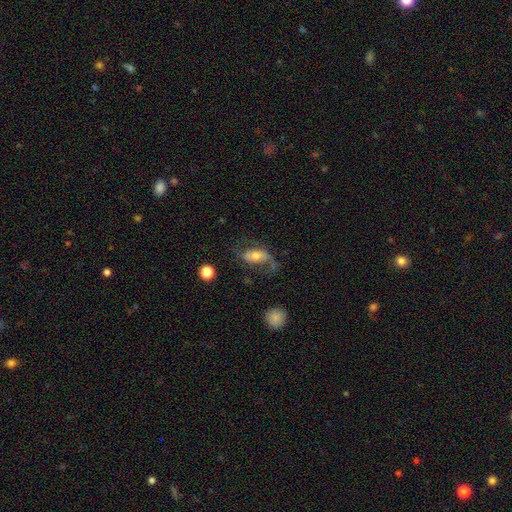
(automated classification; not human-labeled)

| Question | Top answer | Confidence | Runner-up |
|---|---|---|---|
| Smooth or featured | featured or disk | 62% | smooth (29%) |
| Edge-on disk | no | 93% | yes (7%) |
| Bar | no | 51% | weak (30%) |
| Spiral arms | yes | 85% | no (15%) |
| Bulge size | moderate | 55% | small (32%) |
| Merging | none | 48% | major disturbance (29%) |